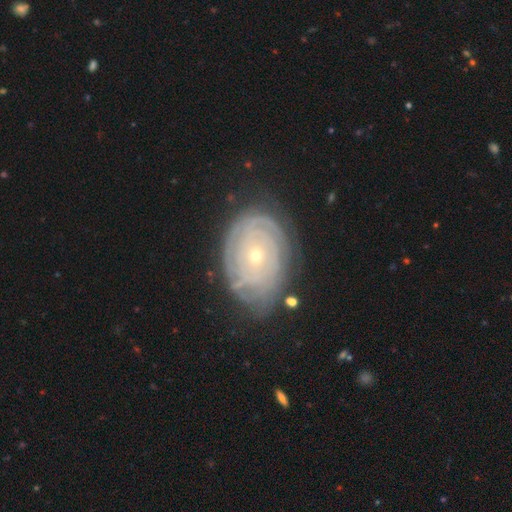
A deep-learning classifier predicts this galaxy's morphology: type=featured or disk (82%); edge-on=no (96%); bar=no (83%); spiral arms=yes (92%); winding=tight (86%); arm count=can't tell (45%); bulge=small (68%); merging=none (75%).